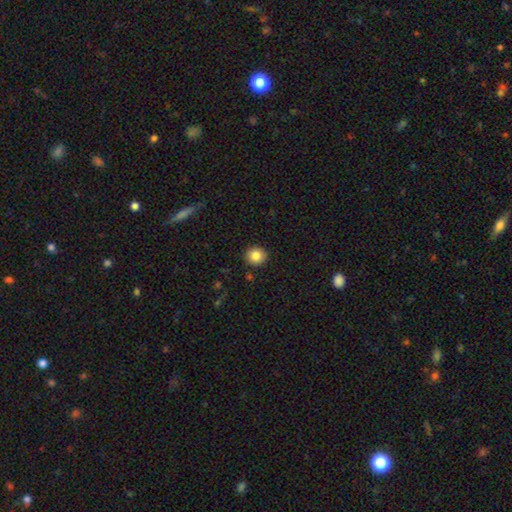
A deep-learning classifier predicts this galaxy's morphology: smooth_or_featured: smooth (p=0.85) [alt: star or artifact p=0.10]
how_rounded: round (p=0.90) [alt: in between p=0.09]
merging: none (p=0.90) [alt: minor disturbance p=0.06]